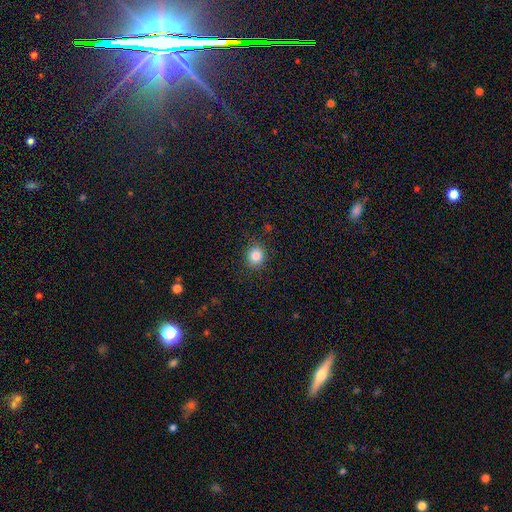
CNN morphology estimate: This is clearly a smooth galaxy (84%). How rounded: likely round (78%). Merging: clearly none (86%).